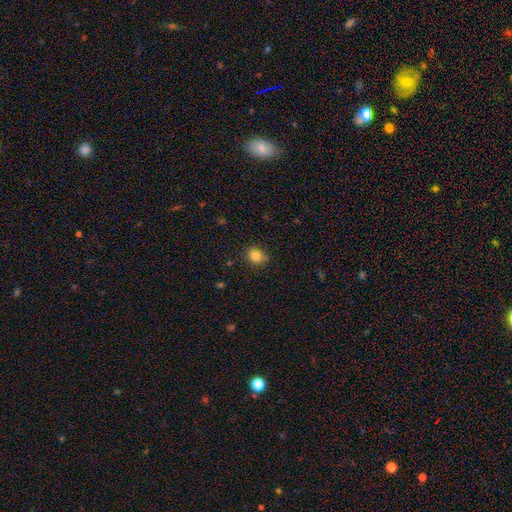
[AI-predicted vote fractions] A smooth galaxy with no disk features (82%) that is round (78%). Merging: none (77%).